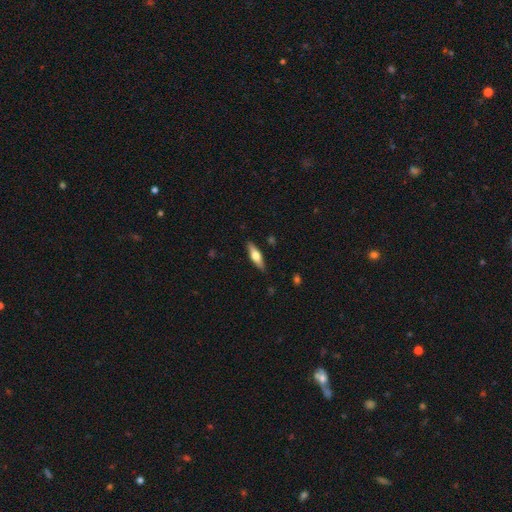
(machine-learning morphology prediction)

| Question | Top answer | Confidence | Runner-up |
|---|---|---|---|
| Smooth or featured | smooth | 48% | featured or disk (46%) |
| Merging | none | 87% | minor disturbance (10%) |